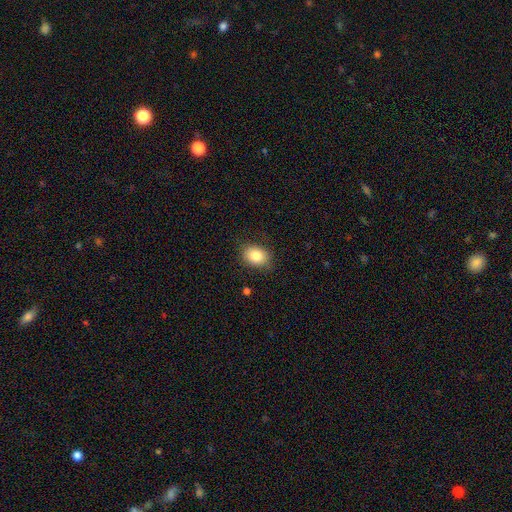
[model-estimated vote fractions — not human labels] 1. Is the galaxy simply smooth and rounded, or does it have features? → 84% smooth, 8% star or artifact, 8% featured or disk.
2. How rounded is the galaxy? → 67% in between, 32% round, 1% cigar-shaped.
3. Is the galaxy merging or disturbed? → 83% none, 13% minor disturbance, 3% major disturbance, 1% merger.